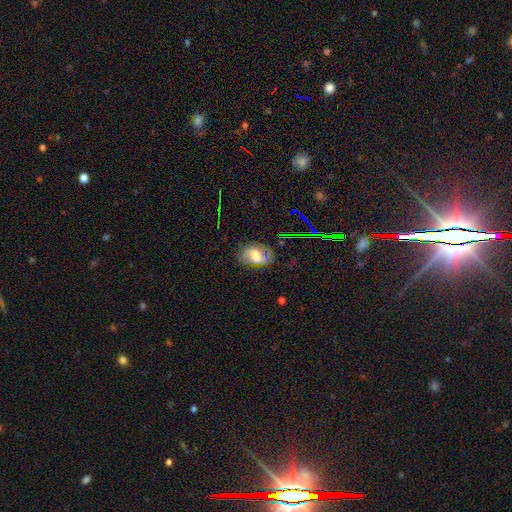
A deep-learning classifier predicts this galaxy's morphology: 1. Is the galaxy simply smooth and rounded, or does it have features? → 48% featured or disk, 39% smooth, 13% star or artifact.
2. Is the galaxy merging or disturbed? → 66% none, 22% minor disturbance, 10% major disturbance, 2% merger.